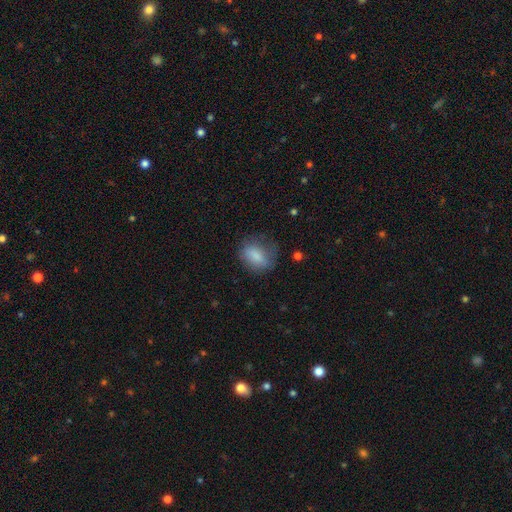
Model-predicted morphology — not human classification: Overall: smooth (80%). How rounded: in between (72%). Merging: none (62%; minor disturbance 25%).